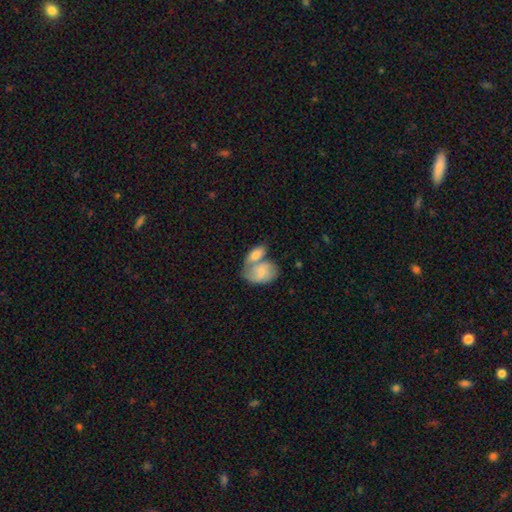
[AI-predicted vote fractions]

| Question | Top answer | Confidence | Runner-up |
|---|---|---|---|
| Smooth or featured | smooth | 69% | featured or disk (25%) |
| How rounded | in between | 84% | round (13%) |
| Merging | merger | 62% | none (23%) |